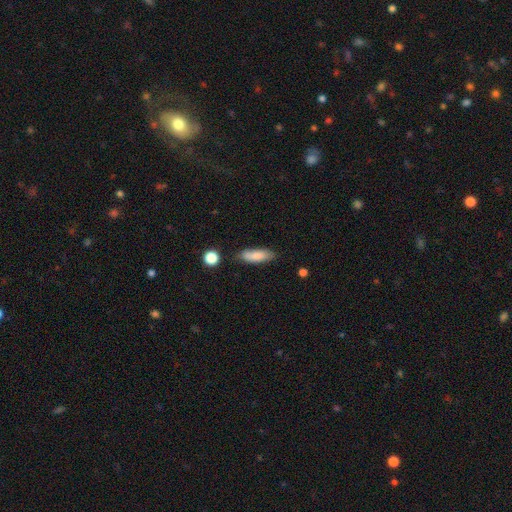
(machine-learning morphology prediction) Overall: smooth (82%). How rounded: in between (56%; cigar-shaped 41%). Merging: none (72%).